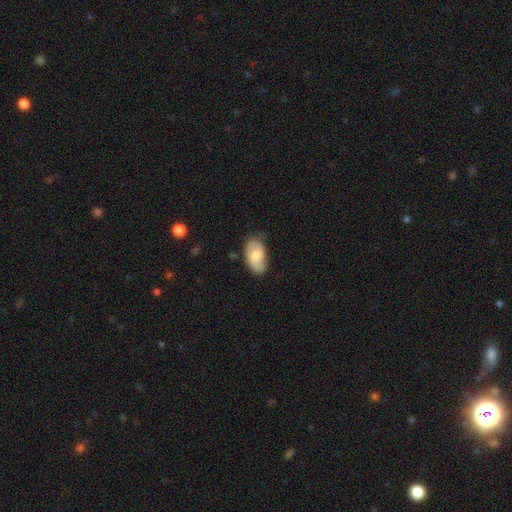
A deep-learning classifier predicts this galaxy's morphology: smooth 60%, featured or disk 33%, star or artifact 7%. Down the decision tree: how rounded — in between (94%); merging — none (70%).